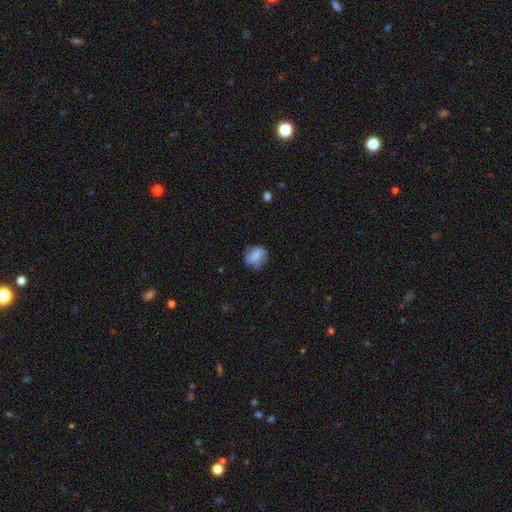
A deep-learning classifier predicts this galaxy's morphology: Smooth or featured? Predicted: smooth (p=0.64). How rounded? Predicted: round (p=0.69). Merging? Predicted: none (p=0.67).